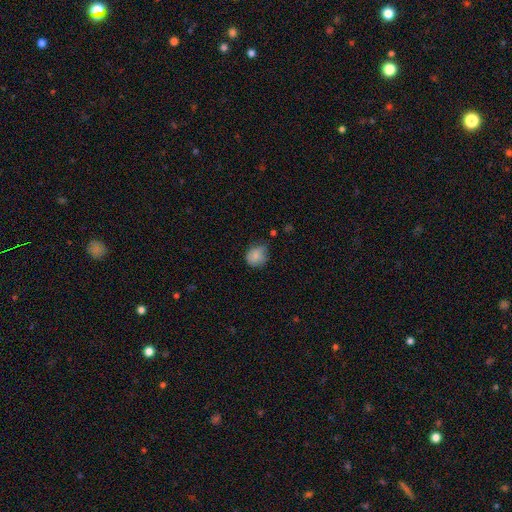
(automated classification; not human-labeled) smooth-or-featured: smooth: 79% | featured or disk: 12% | star or artifact: 9%
  how-rounded: round: 68% | in between: 31% | cigar-shaped: 1%
  merging: none: 54% | minor disturbance: 36% | major disturbance: 9% | merger: 2%